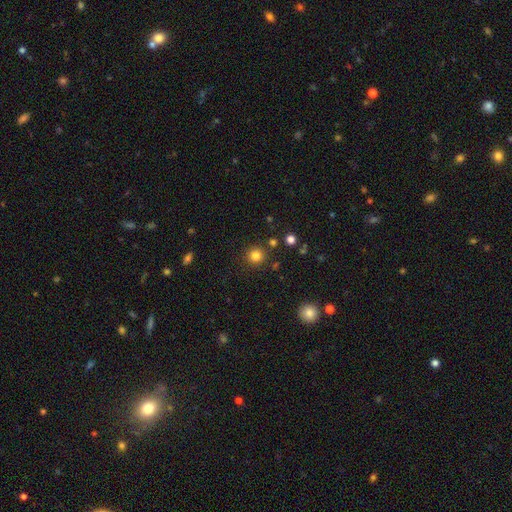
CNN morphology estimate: Smooth or featured?
  - smooth: 82% *
  - star or artifact: 13%
  - featured or disk: 5%
How rounded?
  - round: 94% *
  - in between: 5%
  - cigar-shaped: 1%
Merging?
  - none: 88% *
  - minor disturbance: 6%
  - merger: 3%
  - major disturbance: 2%